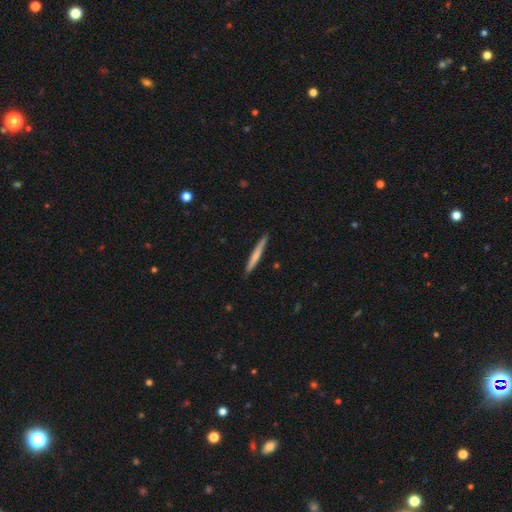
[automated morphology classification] Smooth or featured: smooth — 64% (featured or disk — 31%)
How rounded: cigar-shaped — 96% (in between — 2%)
Merging: none — 91% (minor disturbance — 7%)